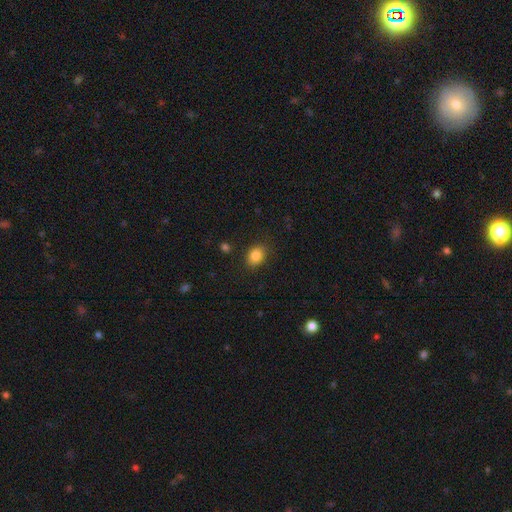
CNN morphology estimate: Smooth or featured: smooth — 85% (star or artifact — 10%)
How rounded: in between — 59% (round — 40%)
Merging: none — 85% (minor disturbance — 11%)